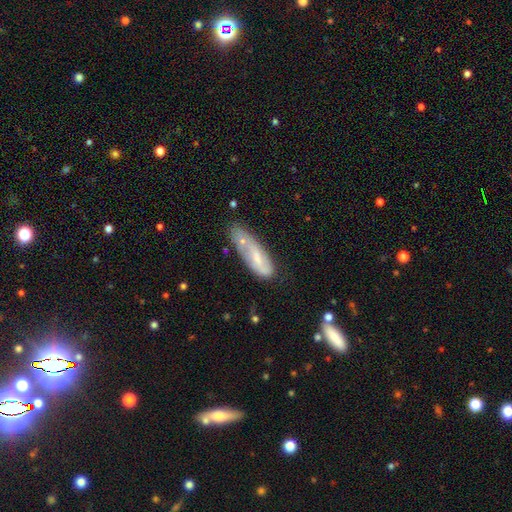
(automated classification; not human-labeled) smooth_or_featured: featured or disk (p=0.46) [alt: smooth p=0.45]
merging: none (p=0.54) [alt: minor disturbance p=0.26]